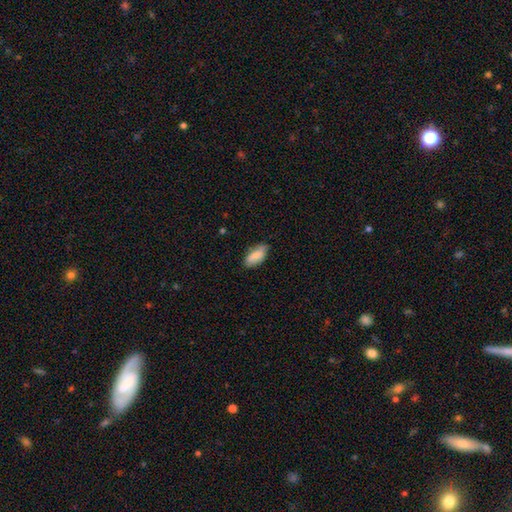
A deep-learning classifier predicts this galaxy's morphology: smooth-or-featured: smooth: 84% | featured or disk: 10% | star or artifact: 6%
  how-rounded: in between: 90% | cigar-shaped: 8% | round: 2%
  merging: none: 74% | minor disturbance: 21% | major disturbance: 3% | merger: 1%